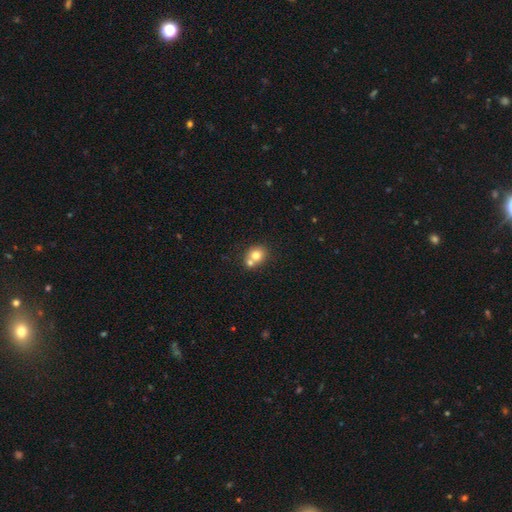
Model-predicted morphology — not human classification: type=smooth (76%); roundness=round (76%); merging=merger (45%, tied with none).